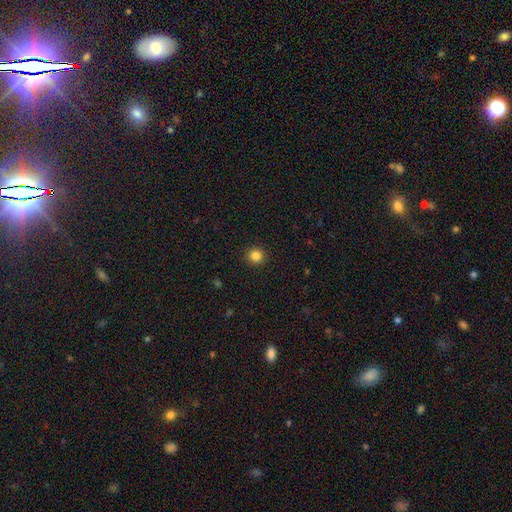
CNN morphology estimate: Q: Smooth or featured?
A: smooth (84%); runner-up: star or artifact (12%)
Q: How rounded?
A: round (94%); runner-up: in between (5%)
Q: Merging?
A: none (92%); runner-up: minor disturbance (5%)